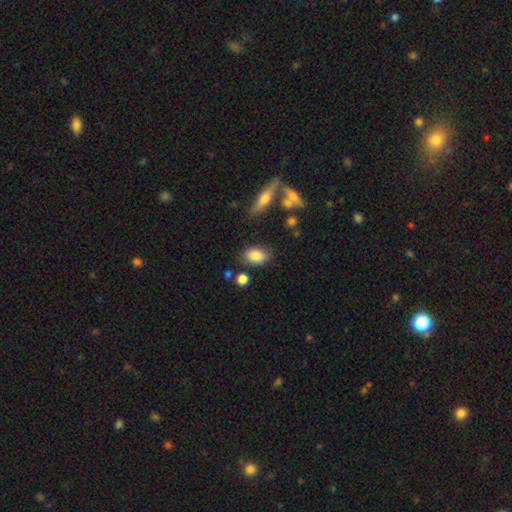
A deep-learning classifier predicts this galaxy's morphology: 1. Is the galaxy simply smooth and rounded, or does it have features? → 84% smooth, 9% featured or disk, 8% star or artifact.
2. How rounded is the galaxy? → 83% in between, 15% round, 2% cigar-shaped.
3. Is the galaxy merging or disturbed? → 73% none, 17% minor disturbance, 5% merger, 5% major disturbance.